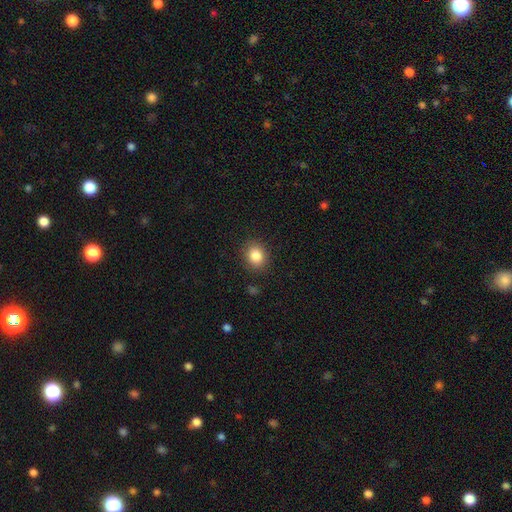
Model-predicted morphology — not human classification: Smooth or featured?
  - smooth: 85% *
  - star or artifact: 9%
  - featured or disk: 6%
How rounded?
  - round: 67% *
  - in between: 32%
  - cigar-shaped: 1%
Merging?
  - none: 88% *
  - minor disturbance: 8%
  - major disturbance: 3%
  - merger: 1%